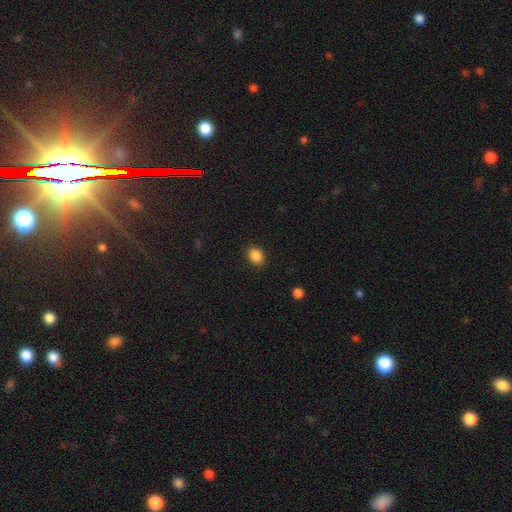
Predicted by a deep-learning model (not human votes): smooth 88%, star or artifact 9%, featured or disk 3%. Down the decision tree: how rounded — in between (68%); merging — none (88%).